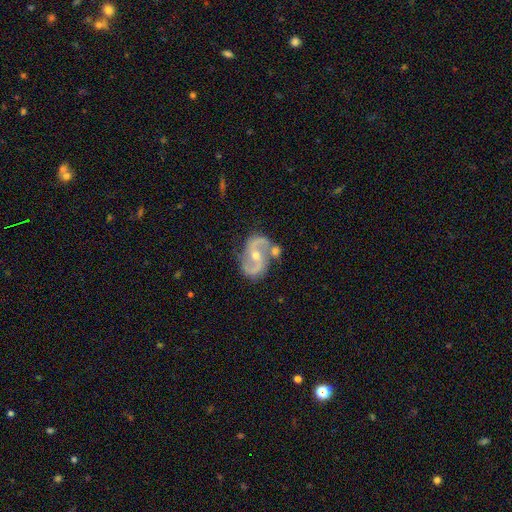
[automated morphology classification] The model was most divided on "bar": no: 46%, weak: 35%, strong: 19%. More confident: edge-on disk — no (98%); spiral arms — yes (97%); spiral arm count — 2 (93%); smooth or featured — featured or disk (90%); merging — none (68%); bulge size — moderate (57%); spiral winding — medium (53%).